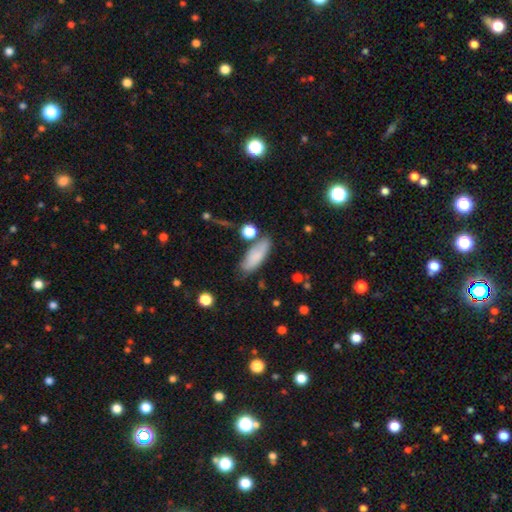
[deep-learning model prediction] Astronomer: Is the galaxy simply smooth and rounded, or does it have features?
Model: smooth — 79%.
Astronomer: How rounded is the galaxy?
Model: in between — 64%.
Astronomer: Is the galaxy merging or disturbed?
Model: none — 70%.